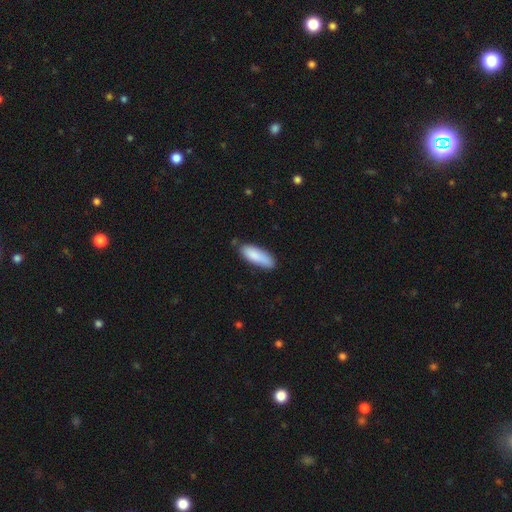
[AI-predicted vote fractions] This is clearly a smooth galaxy (87%). How rounded: possibly in between (58%). Merging: likely none (73%).